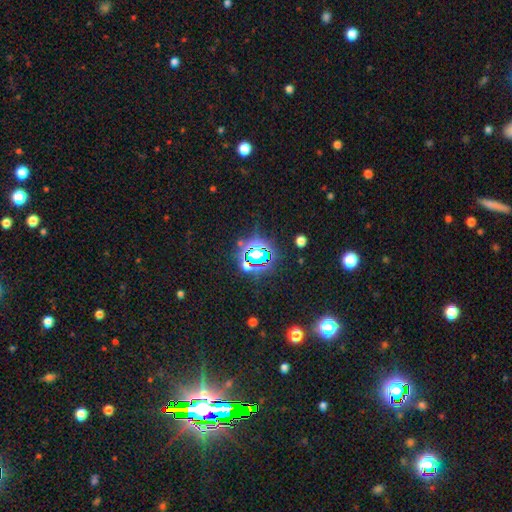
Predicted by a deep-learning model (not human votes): Smooth or featured? Predicted: star or artifact (p=0.76).